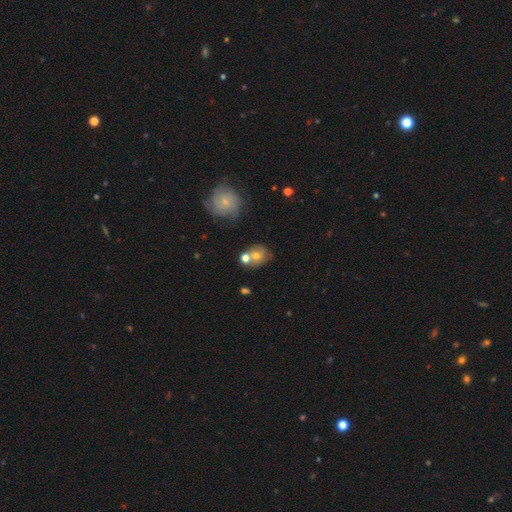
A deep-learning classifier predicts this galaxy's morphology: This is possibly a smooth galaxy (48%). Merging: possibly none (46%).